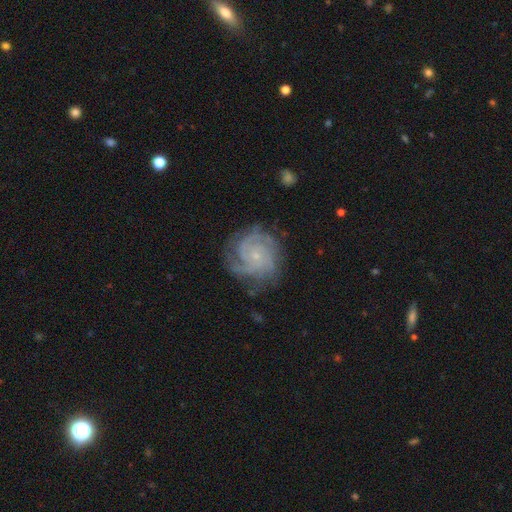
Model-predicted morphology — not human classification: Q: Smooth or featured?
A: featured or disk (87%); runner-up: smooth (7%)
Q: Edge-on disk?
A: no (98%); runner-up: yes (2%)
Q: Bar?
A: no (79%); runner-up: weak (17%)
Q: Spiral arms?
A: yes (97%); runner-up: no (3%)
Q: Spiral winding?
A: tight (71%); runner-up: medium (25%)
Q: Spiral arm count?
A: 3 (31%); runner-up: 4 (21%)
Q: Bulge size?
A: small (84%); runner-up: moderate (11%)
Q: Merging?
A: none (74%); runner-up: minor disturbance (17%)